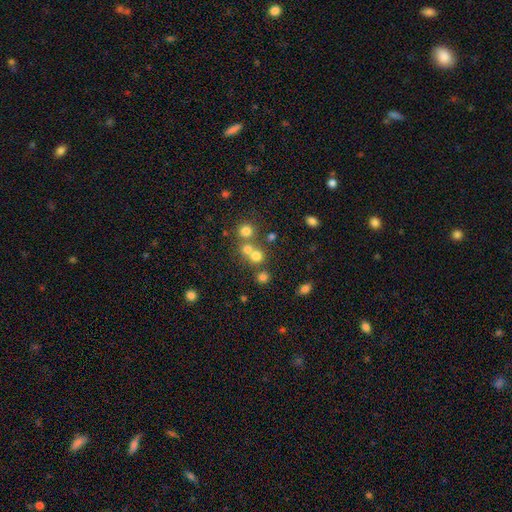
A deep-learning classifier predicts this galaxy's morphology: This is likely a smooth galaxy (71%). How rounded: clearly round (89%). Merging: possibly none (53%).